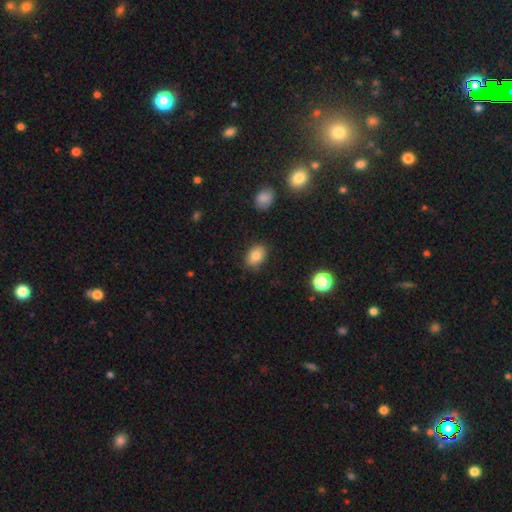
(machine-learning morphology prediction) A smooth galaxy with no disk features (82%) that is in between round and cigar-shaped (78%).

Vote fractions:
- Smooth or featured? smooth: 82% / featured or disk: 9% / star or artifact: 9%
- How rounded? in between: 78% / round: 21% / cigar-shaped: 1%
- Merging? none: 85% / minor disturbance: 11% / major disturbance: 2% / merger: 1%